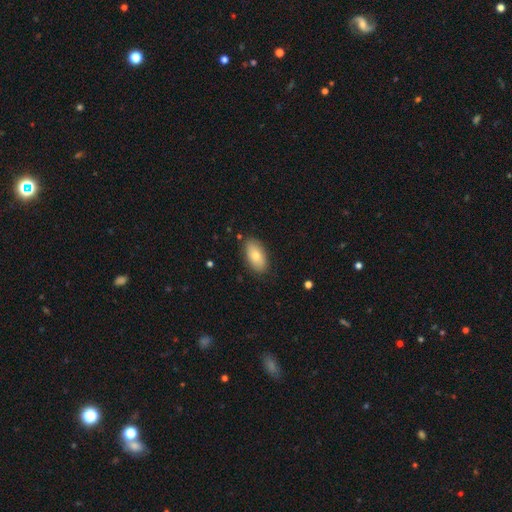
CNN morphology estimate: Smooth or featured? Predicted: smooth (p=0.75). How rounded? Predicted: in between (p=0.93). Merging? Predicted: none (p=0.85).